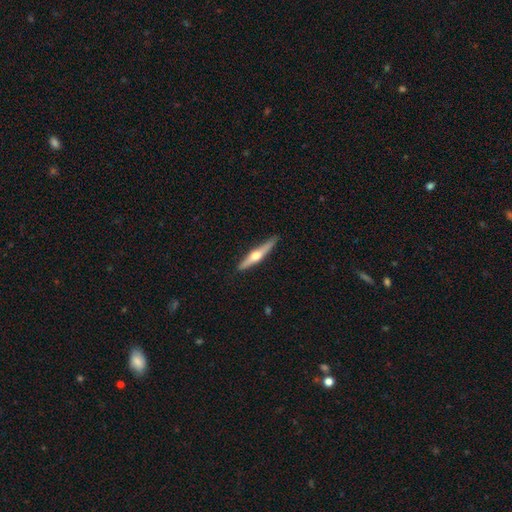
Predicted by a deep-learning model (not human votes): Smooth or featured?
  - featured or disk: 65% *
  - smooth: 31%
  - star or artifact: 5%
Edge-on disk?
  - yes: 97% *
  - no: 3%
Edge-on bulge?
  - rounded: 94% *
  - none: 3%
  - boxy: 2%
Merging?
  - none: 87% *
  - minor disturbance: 10%
  - major disturbance: 2%
  - merger: 1%